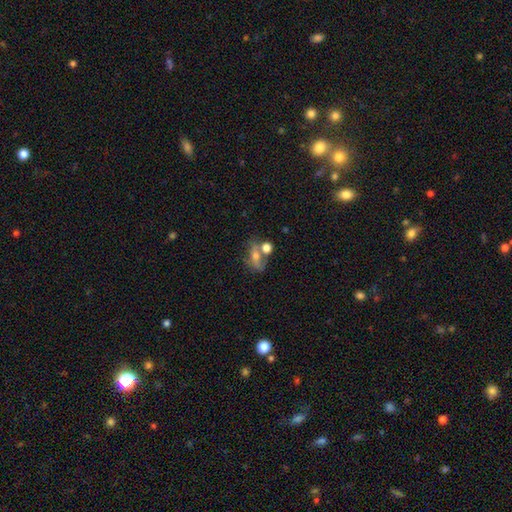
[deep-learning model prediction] A smooth galaxy with no disk features (51%) that is in between round and cigar-shaped (64%).

Vote fractions:
- Smooth or featured? smooth: 51% / featured or disk: 36% / star or artifact: 13%
- How rounded? in between: 64% / round: 29% / cigar-shaped: 7%
- Merging? merger: 40% / none: 36% / minor disturbance: 14% / major disturbance: 11%